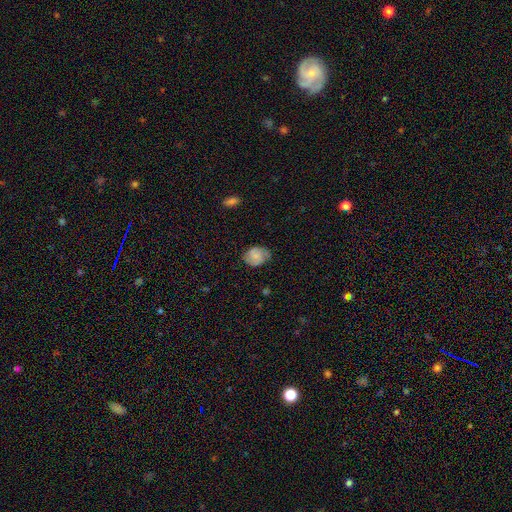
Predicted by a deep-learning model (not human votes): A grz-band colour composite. It shows a smooth galaxy with no disk features (47%). Merging: none (71%).